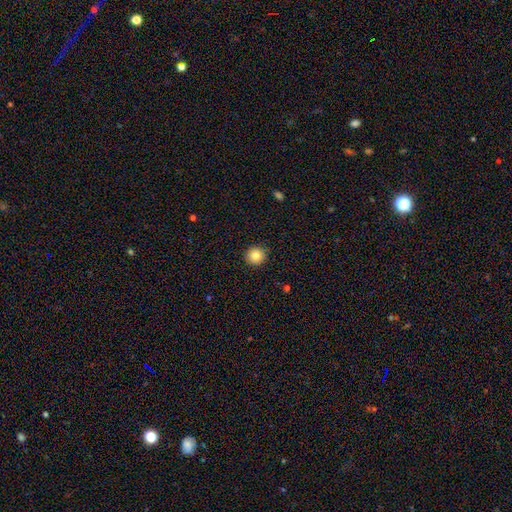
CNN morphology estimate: Overall: smooth (85%). How rounded: round (93%). Merging: none (92%).